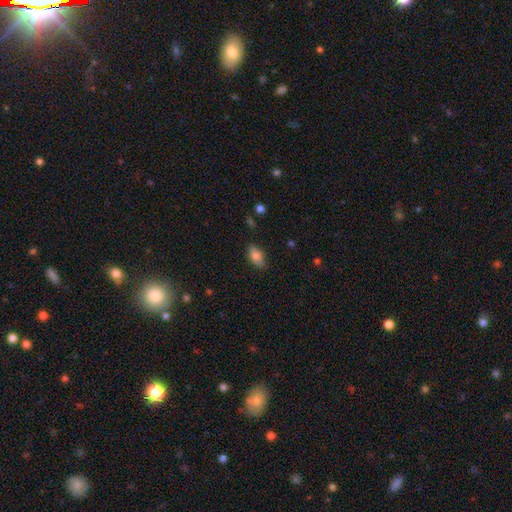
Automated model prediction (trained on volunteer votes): Q: Smooth or featured?
A: smooth (78%); runner-up: featured or disk (14%)
Q: How rounded?
A: in between (88%); runner-up: cigar-shaped (7%)
Q: Merging?
A: none (81%); runner-up: minor disturbance (15%)